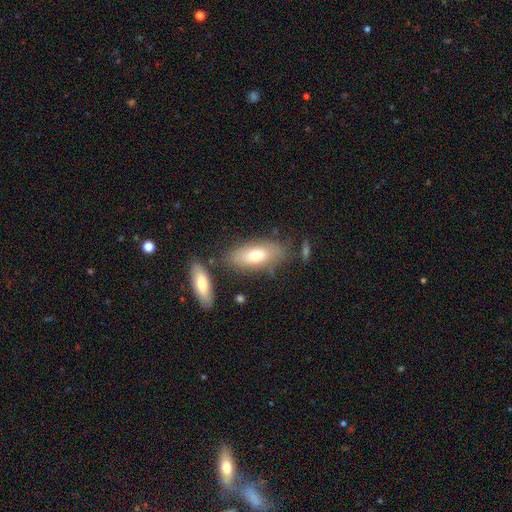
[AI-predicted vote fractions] Smooth or featured? smooth (69%)
How rounded? in between (83%)
Merging? none (68%)